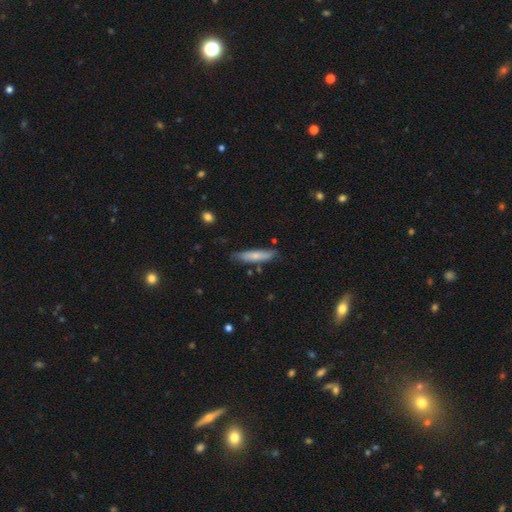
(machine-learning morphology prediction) A smooth galaxy with no disk features (69%) that is cigar-shaped (83%). Merging: none (78%).